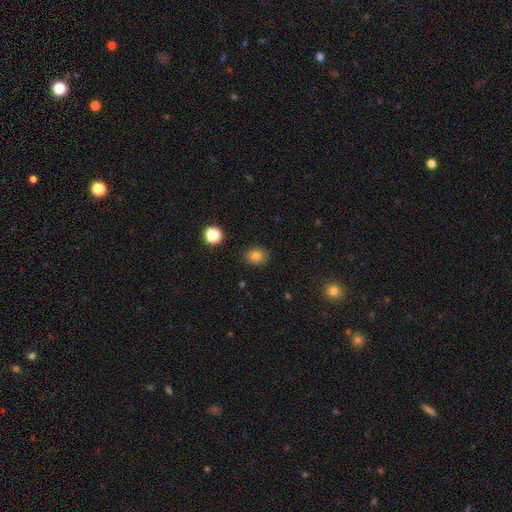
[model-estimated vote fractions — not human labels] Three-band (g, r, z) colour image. It shows a smooth galaxy with no disk features (80%) that is round (67%). Merging: none (88%).